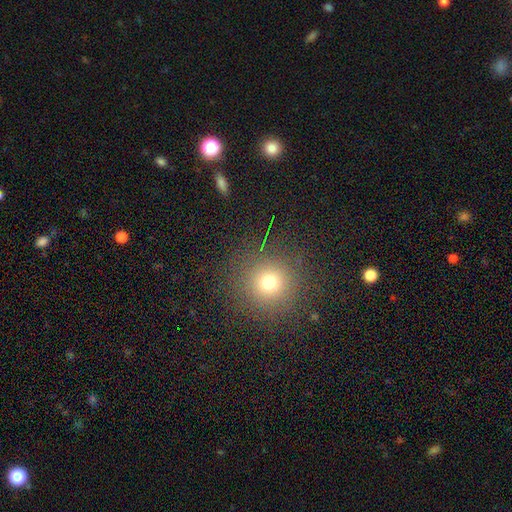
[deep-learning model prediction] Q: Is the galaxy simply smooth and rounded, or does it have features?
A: smooth — 66%.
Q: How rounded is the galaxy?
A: round — 95%.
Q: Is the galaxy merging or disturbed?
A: none — 91%.